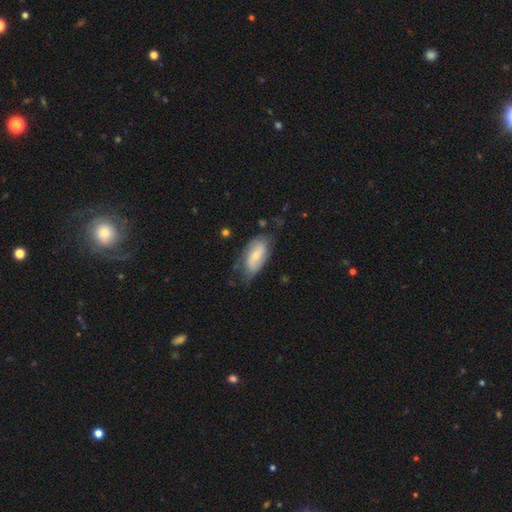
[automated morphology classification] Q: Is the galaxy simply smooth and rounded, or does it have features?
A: smooth — 55%.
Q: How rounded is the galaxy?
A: in between — 89%.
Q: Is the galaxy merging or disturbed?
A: none — 58%.